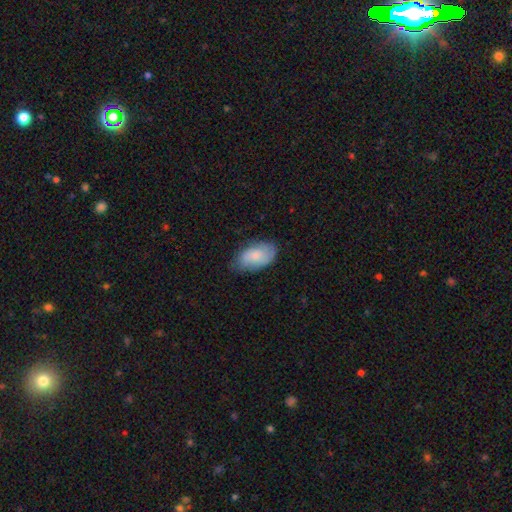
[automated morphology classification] A smooth galaxy with no disk features (69%) that is in between round and cigar-shaped (93%). Merging: none (67%).